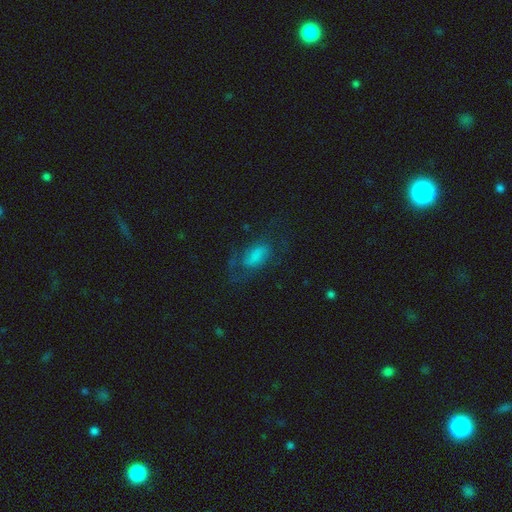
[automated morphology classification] Smooth or featured? featured or disk (44%)
Merging? none (51%)